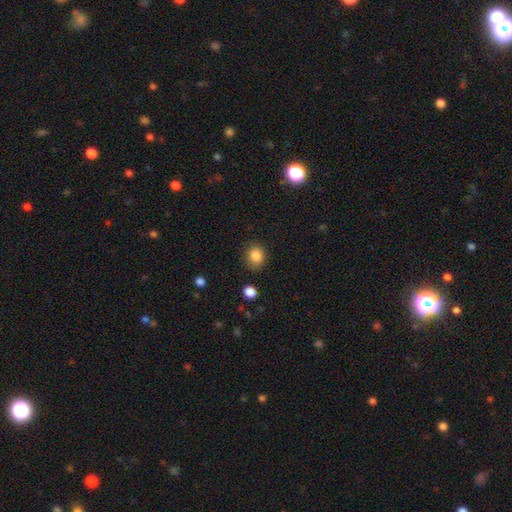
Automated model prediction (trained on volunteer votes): The model was most divided on "how rounded": round: 79%, in between: 20%, cigar-shaped: 1%. More confident: smooth or featured — smooth (85%); merging — none (81%).